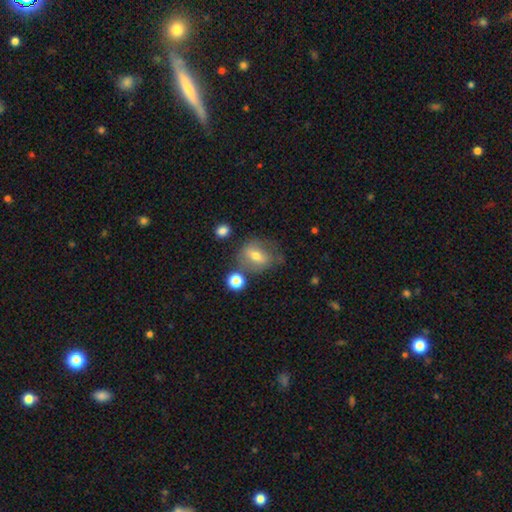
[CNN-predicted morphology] smooth 54%, featured or disk 36%, star or artifact 11%. Down the decision tree: how rounded — round (49%, tied with in between); merging — none (53%).